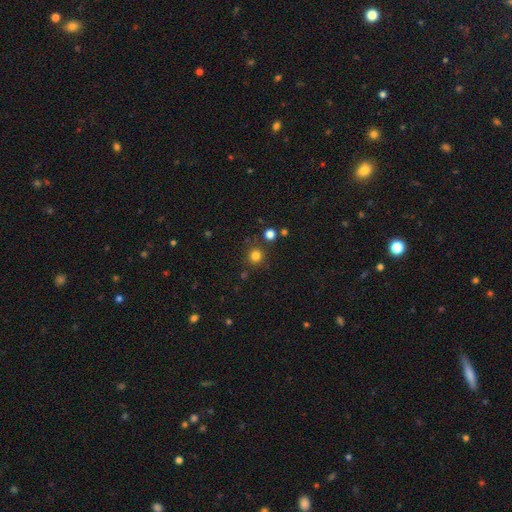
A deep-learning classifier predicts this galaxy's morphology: This appears to be a smooth galaxy with no disk features (80%) that is round (93%). Merging: none (84%).